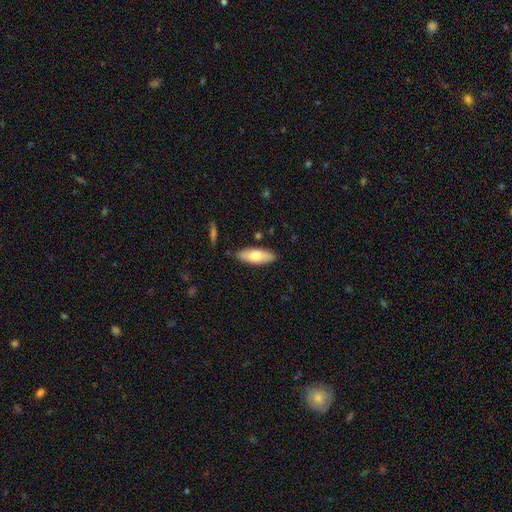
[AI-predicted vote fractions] The model was most divided on "how rounded": in between: 68%, cigar-shaped: 30%, round: 2%. More confident: merging — none (85%); smooth or featured — smooth (72%).